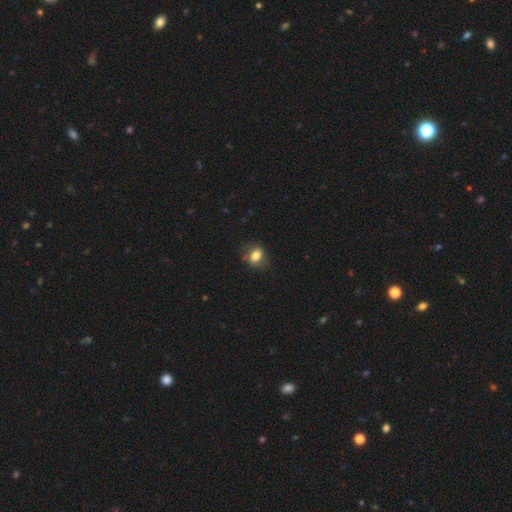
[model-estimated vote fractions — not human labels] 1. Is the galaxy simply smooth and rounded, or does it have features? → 78% smooth, 12% featured or disk, 10% star or artifact.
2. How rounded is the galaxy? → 61% in between, 37% round, 2% cigar-shaped.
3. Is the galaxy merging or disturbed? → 76% none, 18% minor disturbance, 5% major disturbance, 1% merger.